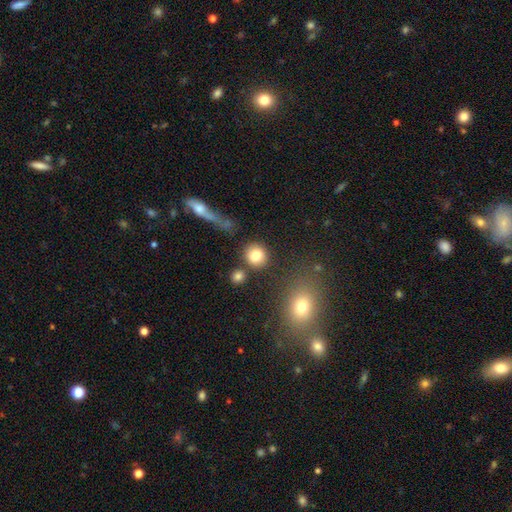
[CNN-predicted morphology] smooth 81%, star or artifact 10%, featured or disk 9%. Down the decision tree: how rounded — round (86%); merging — none (81%).